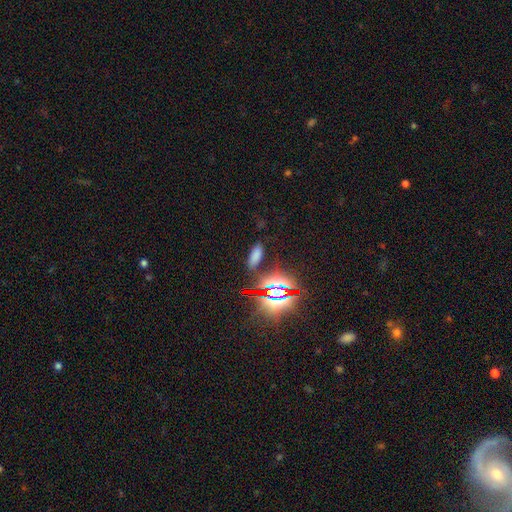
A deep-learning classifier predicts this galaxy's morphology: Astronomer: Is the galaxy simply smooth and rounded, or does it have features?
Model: smooth — 64%.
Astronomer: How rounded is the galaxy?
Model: in between — 74%.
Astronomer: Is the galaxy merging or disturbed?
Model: none — 83%.